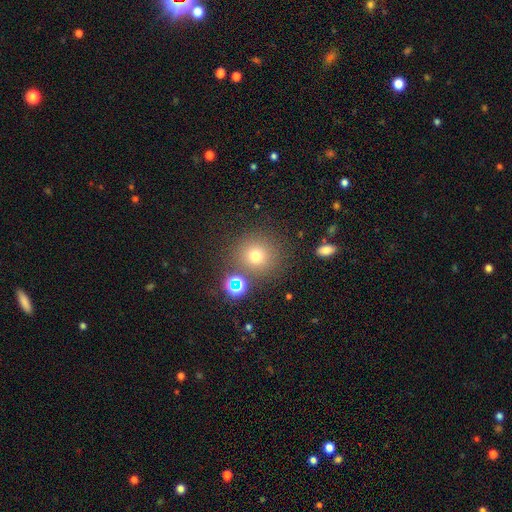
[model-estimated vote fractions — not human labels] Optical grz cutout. It shows a smooth galaxy with no disk features (70%) that is round (92%). Merging: none (81%).